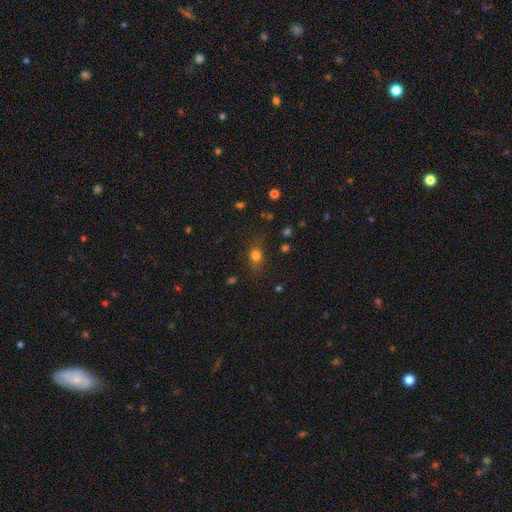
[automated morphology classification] Overall: smooth (76%). How rounded: in between (62%; round 32%). Merging: none (75%).